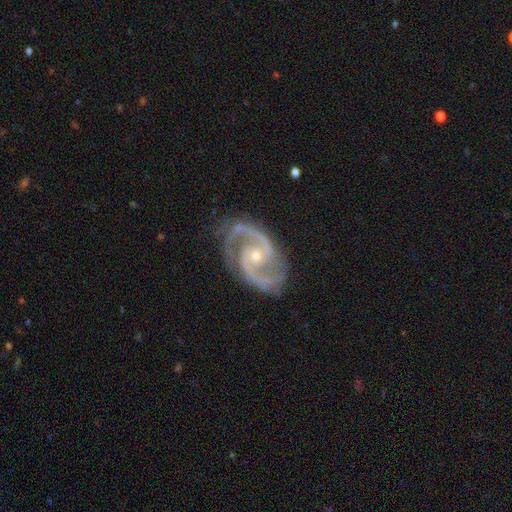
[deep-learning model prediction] This is clearly a featured or disk galaxy (94%). It is clearly not viewed edge-on (98%). Bar: possibly no (57%). Spiral arm pattern: clearly yes (99%). Spiral arm count: clearly 2 (90%). Spiral winding: likely medium (62%). Central bulge: possibly small (57%). Merging: likely none (77%).